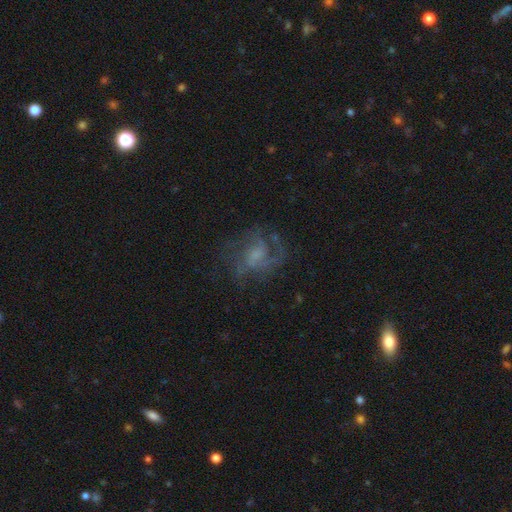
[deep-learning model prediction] The model was most divided on "bulge size": small: 34%, none: 33%, moderate: 26%, large: 5%, dominant: 1%. Remaining: edge-on disk — no (97%); spiral arms — yes (84%); smooth or featured — featured or disk (70%); merging — none (57%); bar — no (54%); spiral winding — medium (47%); spiral arm count — can't tell (32%).